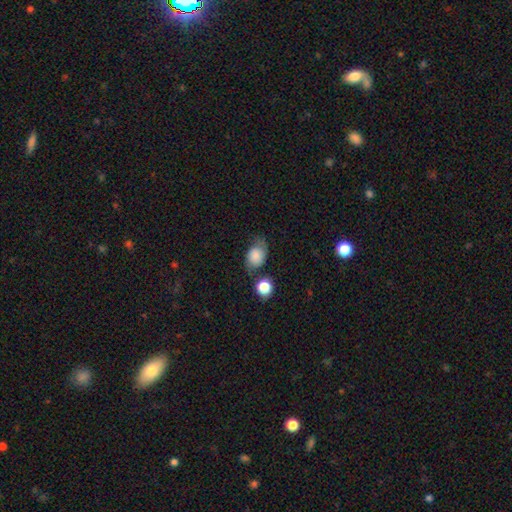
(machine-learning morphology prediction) The model was most divided on "merging": none: 52%, minor disturbance: 27%, major disturbance: 11%, merger: 9%. More confident: smooth or featured — smooth (72%); how rounded — in between (62%).